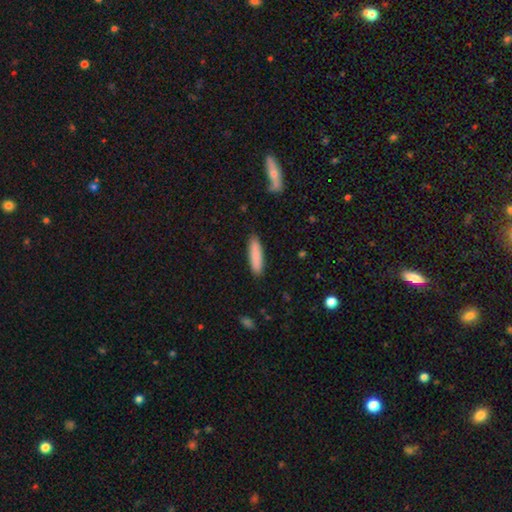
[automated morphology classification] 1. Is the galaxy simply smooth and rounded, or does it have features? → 86% smooth, 8% featured or disk, 6% star or artifact.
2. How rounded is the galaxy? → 74% cigar-shaped, 25% in between, 1% round.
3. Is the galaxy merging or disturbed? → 89% none, 8% minor disturbance, 2% major disturbance, 1% merger.